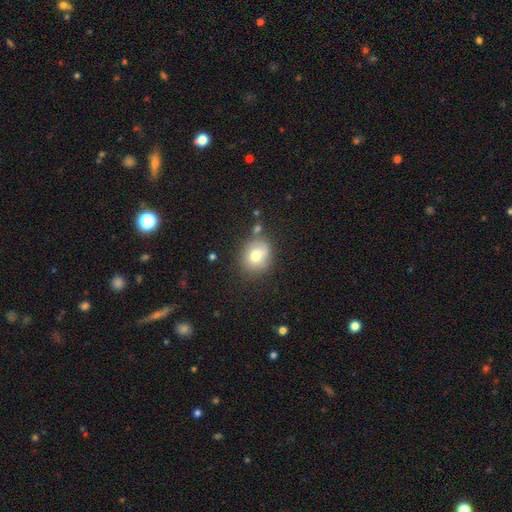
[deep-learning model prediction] Smooth or featured? smooth (74%)
How rounded? round (69%)
Merging? none (69%)